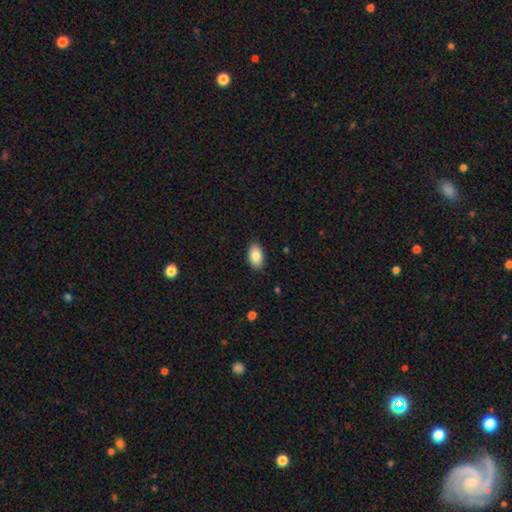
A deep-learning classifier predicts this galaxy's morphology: Q: Smooth or featured?
A: smooth (86%); runner-up: featured or disk (7%)
Q: How rounded?
A: in between (93%); runner-up: round (6%)
Q: Merging?
A: none (89%); runner-up: minor disturbance (8%)